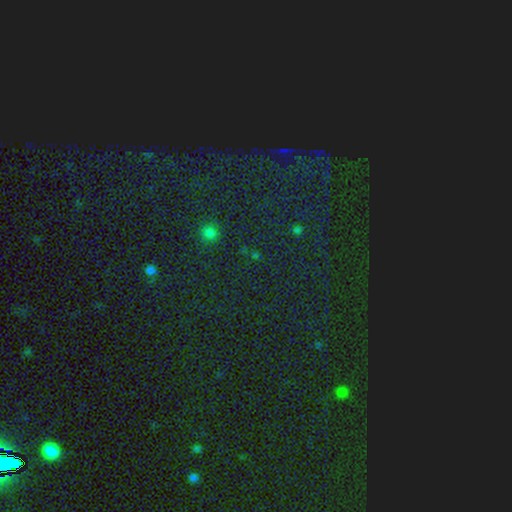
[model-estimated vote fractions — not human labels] This is likely a star or artifact rather than a galaxy (76%).